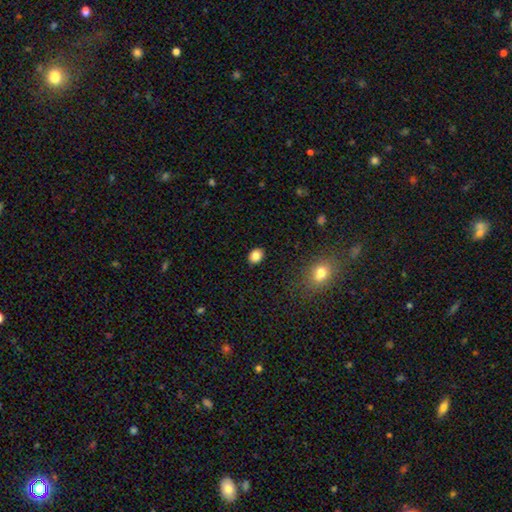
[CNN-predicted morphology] Overall: smooth (84%). How rounded: in between (57%; round 42%). Merging: none (89%).